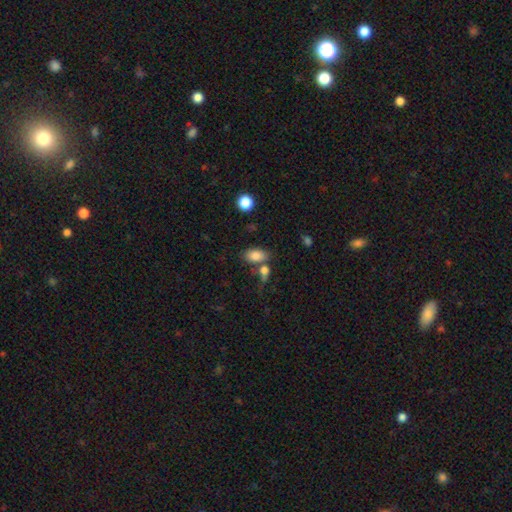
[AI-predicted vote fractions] smooth 83%, star or artifact 9%, featured or disk 8%. Down the decision tree: how rounded — in between (89%); merging — none (59%).